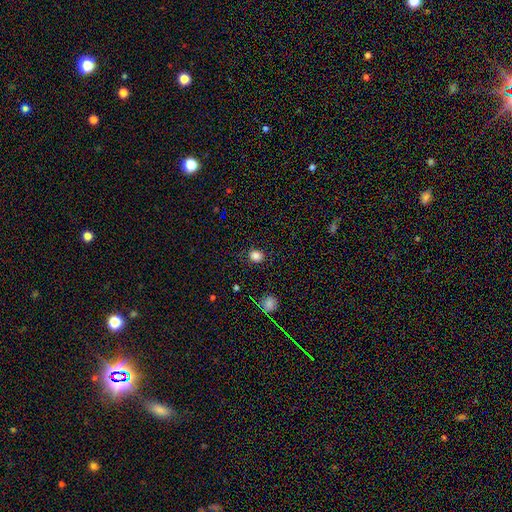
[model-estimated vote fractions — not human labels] Q: Smooth or featured?
A: smooth (82%); runner-up: star or artifact (14%)
Q: How rounded?
A: round (78%); runner-up: in between (21%)
Q: Merging?
A: none (87%); runner-up: minor disturbance (9%)